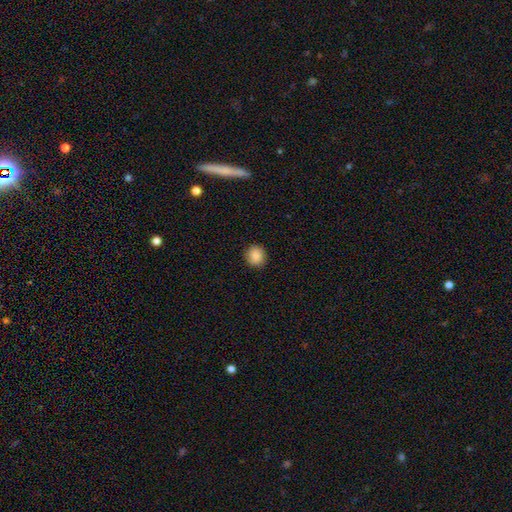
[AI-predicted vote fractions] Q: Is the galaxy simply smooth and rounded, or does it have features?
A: smooth — 88%.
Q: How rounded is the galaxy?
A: round — 84%.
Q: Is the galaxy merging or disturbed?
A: none — 89%.